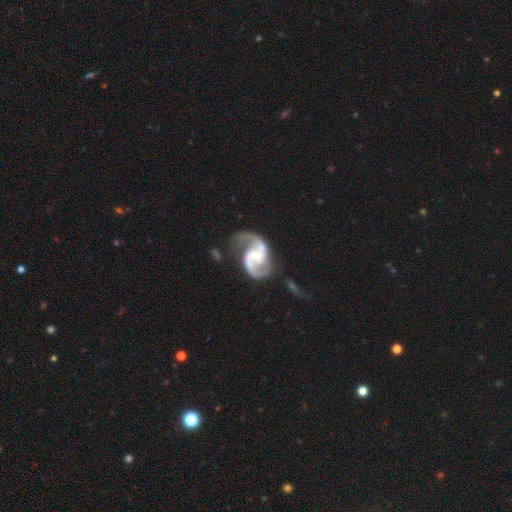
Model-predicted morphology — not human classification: The model was most divided on "bulge size": small: 47%, moderate: 45%, none: 3%, large: 3%, dominant: 1%. Remaining: edge-on disk — no (98%); spiral arms — yes (98%); spiral arm count — 2 (93%); smooth or featured — featured or disk (92%); merging — none (62%); spiral winding — medium (54%); bar — weak (43%).